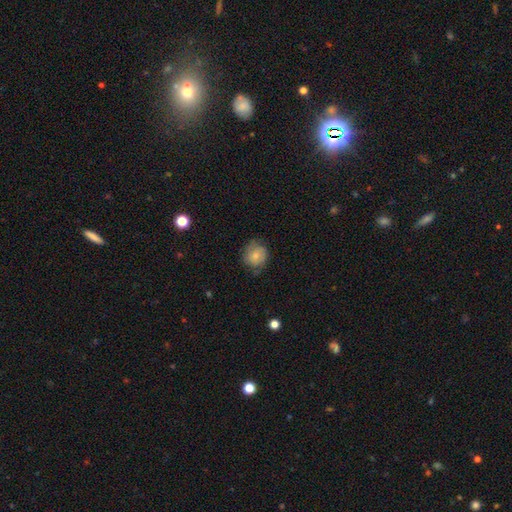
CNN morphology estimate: type=smooth (65%); roundness=round (77%); merging=none (65%).